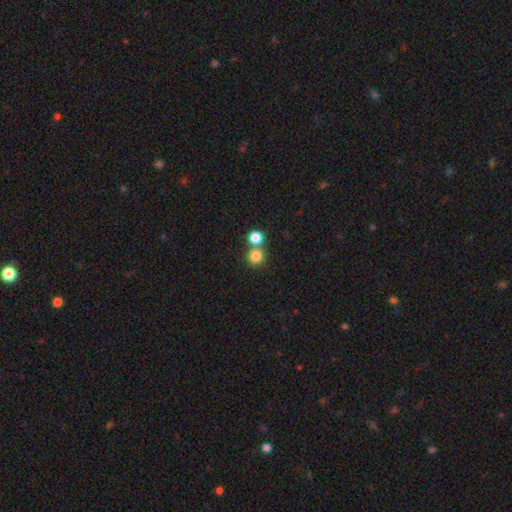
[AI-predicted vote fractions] smooth 82%, star or artifact 12%, featured or disk 6%. Down the decision tree: how rounded — round (90%); merging — none (58%).